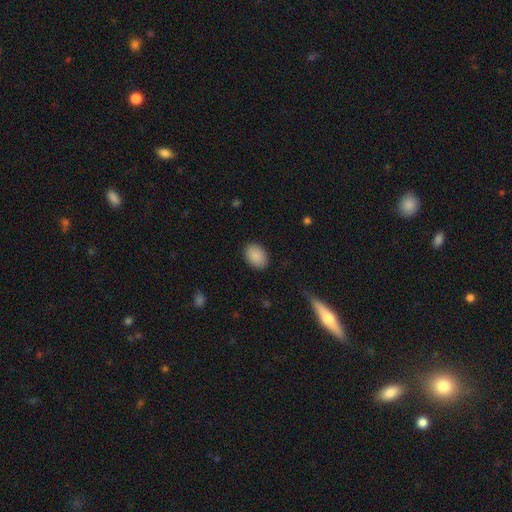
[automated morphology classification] type=smooth (89%); roundness=in between (80%); merging=none (88%).